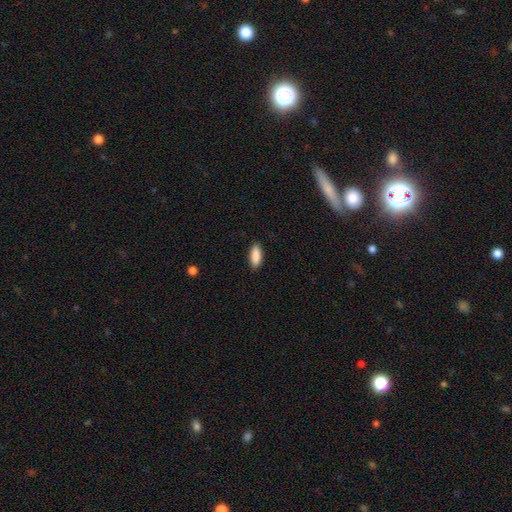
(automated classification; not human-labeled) Smooth or featured?
  - smooth: 90% *
  - star or artifact: 6%
  - featured or disk: 4%
How rounded?
  - in between: 79% *
  - cigar-shaped: 19%
  - round: 2%
Merging?
  - none: 87% *
  - minor disturbance: 10%
  - major disturbance: 2%
  - merger: 1%